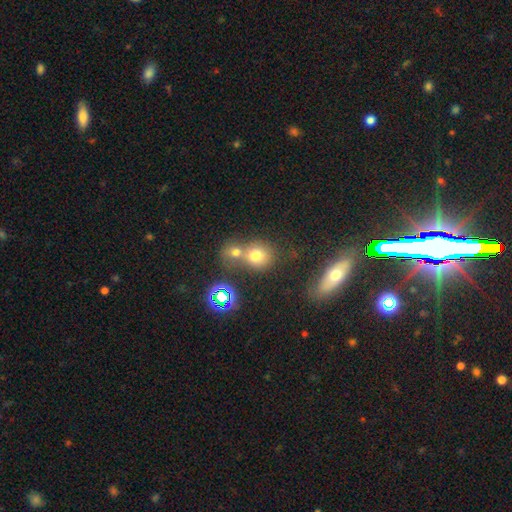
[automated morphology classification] This is likely a smooth galaxy (69%). How rounded: likely round (77%). Merging: possibly merger (46%).